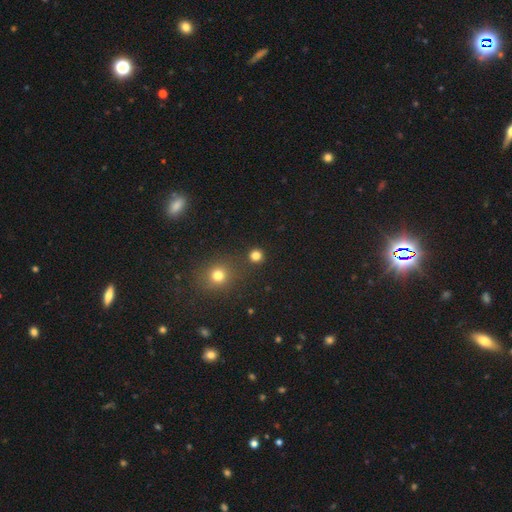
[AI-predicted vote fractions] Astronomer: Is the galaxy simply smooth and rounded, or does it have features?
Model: smooth — 79%.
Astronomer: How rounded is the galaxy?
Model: round — 92%.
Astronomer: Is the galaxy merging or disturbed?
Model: none — 85%.